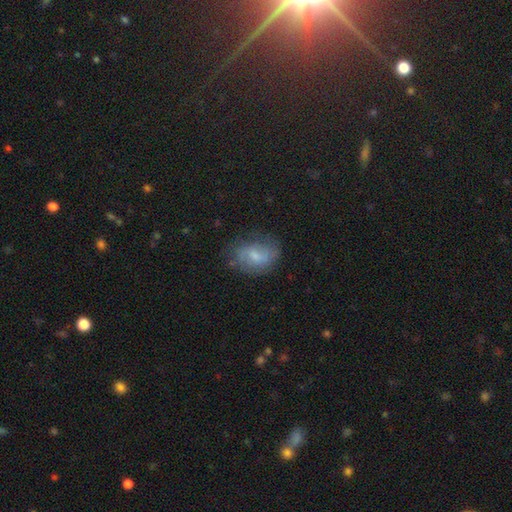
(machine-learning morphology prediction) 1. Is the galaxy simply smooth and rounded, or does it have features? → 56% smooth, 36% featured or disk, 9% star or artifact.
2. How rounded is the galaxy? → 76% in between, 22% round, 2% cigar-shaped.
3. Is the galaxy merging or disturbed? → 61% none, 26% minor disturbance, 11% major disturbance, 2% merger.